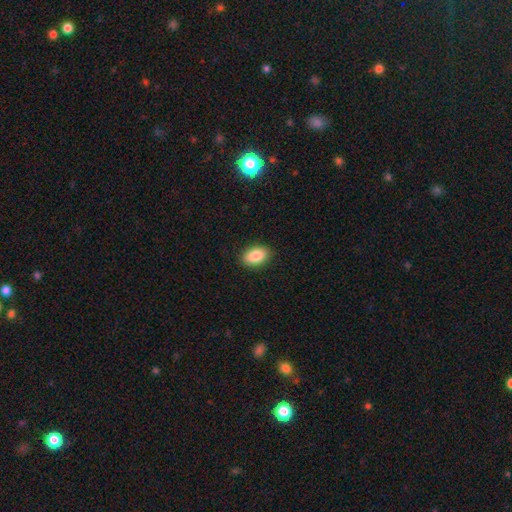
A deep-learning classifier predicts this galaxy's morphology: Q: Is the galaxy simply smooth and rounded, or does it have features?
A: smooth — 87%.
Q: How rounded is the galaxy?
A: in between — 89%.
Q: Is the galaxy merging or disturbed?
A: none — 89%.